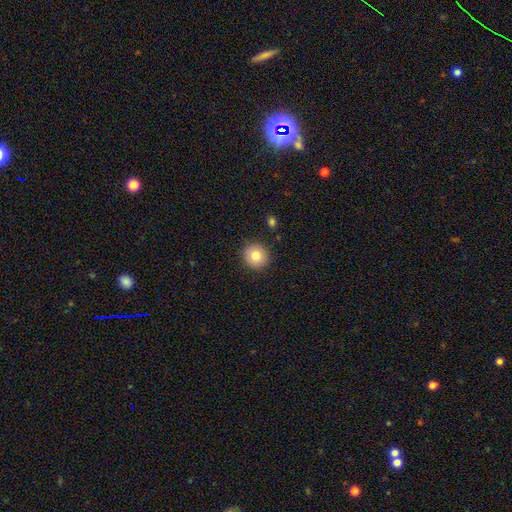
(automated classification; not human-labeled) A smooth galaxy with no disk features (81%) that is round (91%).

Vote fractions:
- Smooth or featured? smooth: 81% / star or artifact: 10% / featured or disk: 9%
- How rounded? round: 91% / in between: 8% / cigar-shaped: 1%
- Merging? none: 90% / minor disturbance: 7% / major disturbance: 2% / merger: 2%